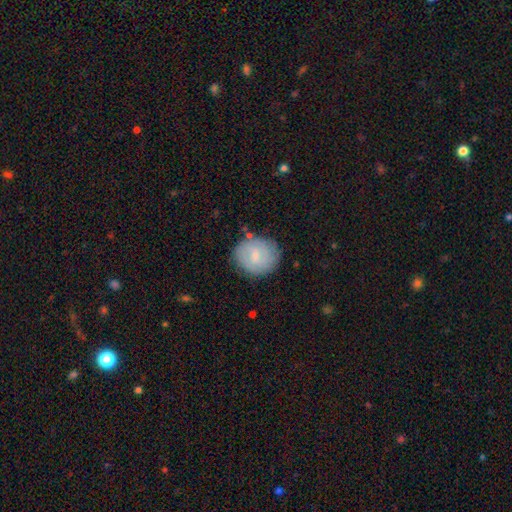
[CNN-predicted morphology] A smooth galaxy with no disk features (62%) that is round (72%). Merging: none (77%).